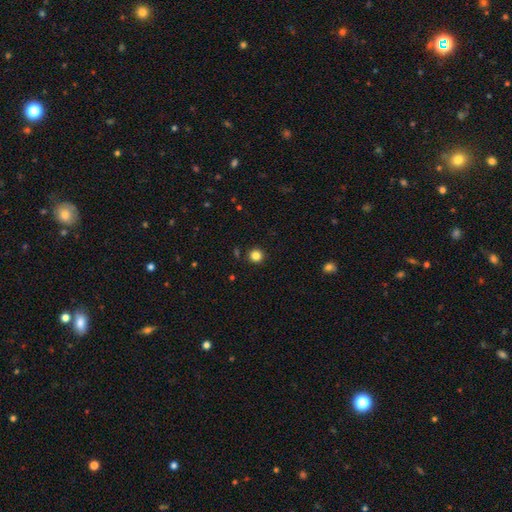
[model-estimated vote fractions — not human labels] Overall: smooth (84%). How rounded: round (95%). Merging: none (92%).